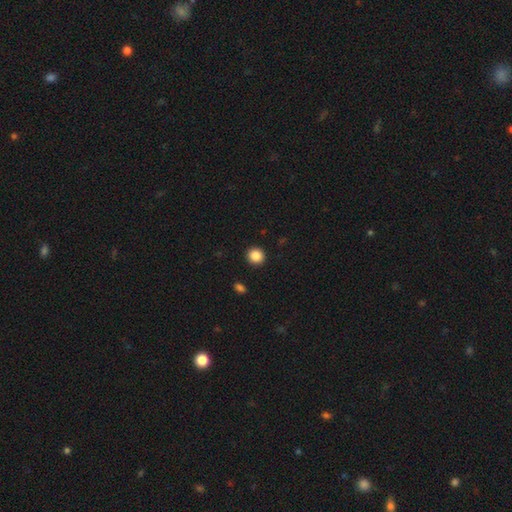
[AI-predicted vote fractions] Morphology: type=smooth (87%); roundness=round (91%); merging=none (93%).